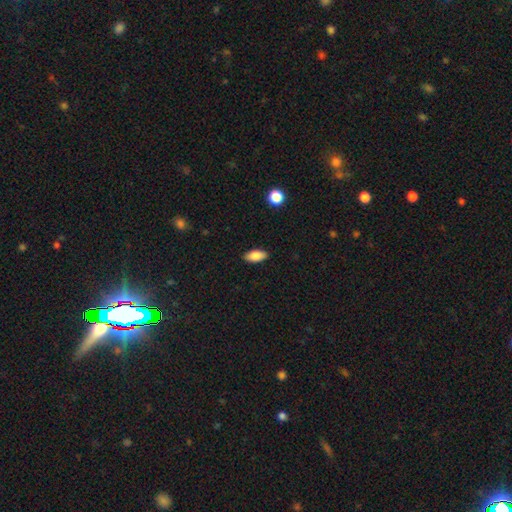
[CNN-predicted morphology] Q: Smooth or featured?
A: smooth (85%); runner-up: featured or disk (8%)
Q: How rounded?
A: in between (90%); runner-up: cigar-shaped (7%)
Q: Merging?
A: none (89%); runner-up: minor disturbance (8%)